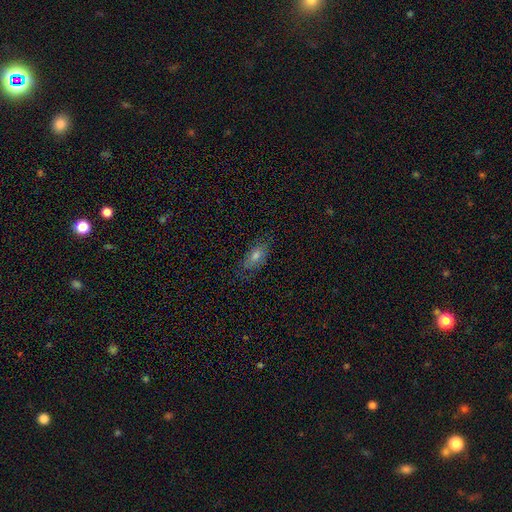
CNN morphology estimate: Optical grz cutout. It shows a smooth galaxy with no disk features (52%) that is in between round and cigar-shaped (76%). Merging: none (75%).